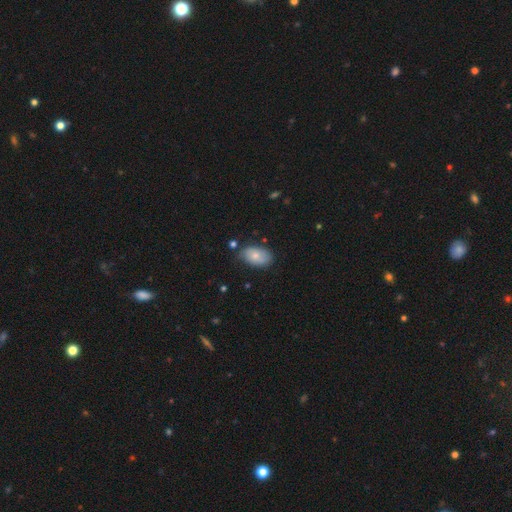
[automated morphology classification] smooth-or-featured: smooth: 73% | featured or disk: 20% | star or artifact: 7%
  how-rounded: in between: 92% | round: 6% | cigar-shaped: 1%
  merging: none: 72% | minor disturbance: 21% | major disturbance: 4% | merger: 3%